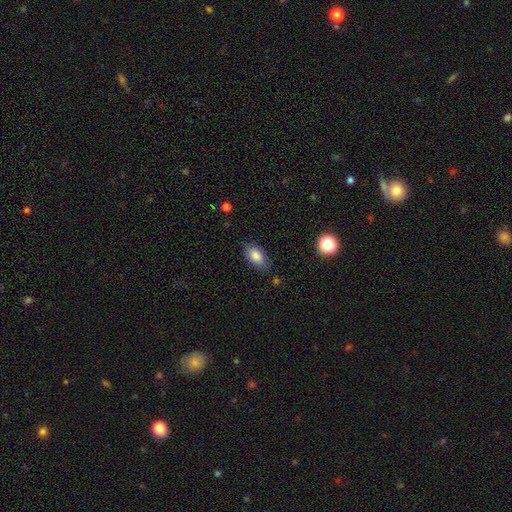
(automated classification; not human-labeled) Overall: smooth (86%). How rounded: in between (91%). Merging: none (82%).